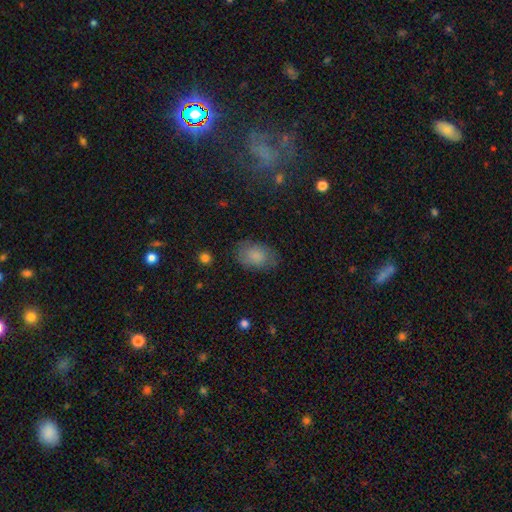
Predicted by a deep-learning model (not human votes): Overall: smooth (81%). How rounded: in between (84%). Merging: none (77%).